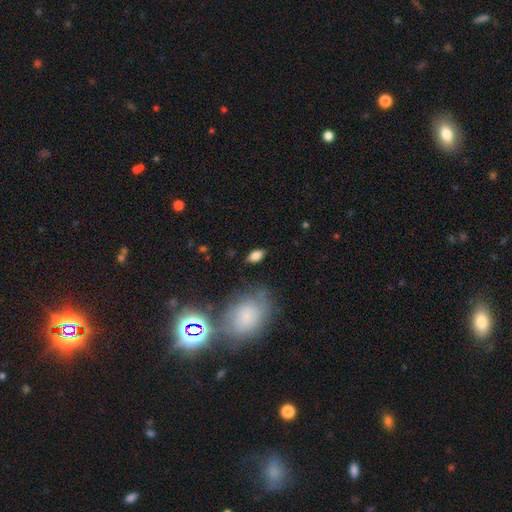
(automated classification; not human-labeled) Q: Smooth or featured?
A: smooth (81%); runner-up: featured or disk (10%)
Q: How rounded?
A: in between (90%); runner-up: cigar-shaped (6%)
Q: Merging?
A: none (81%); runner-up: minor disturbance (12%)